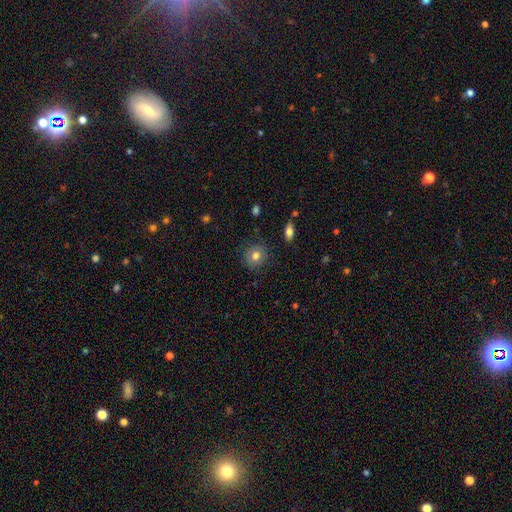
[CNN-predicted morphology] This is likely a smooth galaxy (78%). How rounded: clearly round (84%). Merging: clearly none (85%).